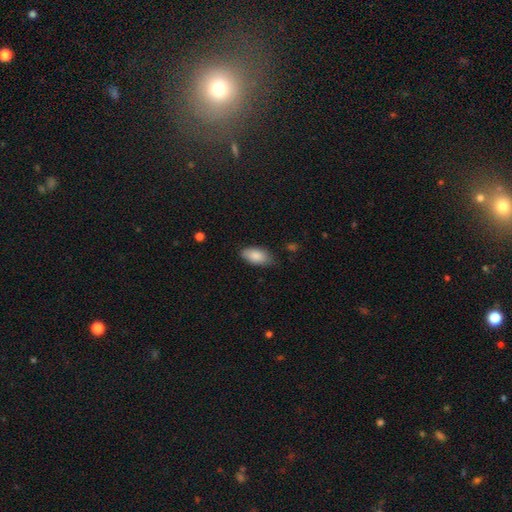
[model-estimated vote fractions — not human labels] smooth 87%, featured or disk 7%, star or artifact 6%. Down the decision tree: how rounded — in between (93%); merging — none (77%).